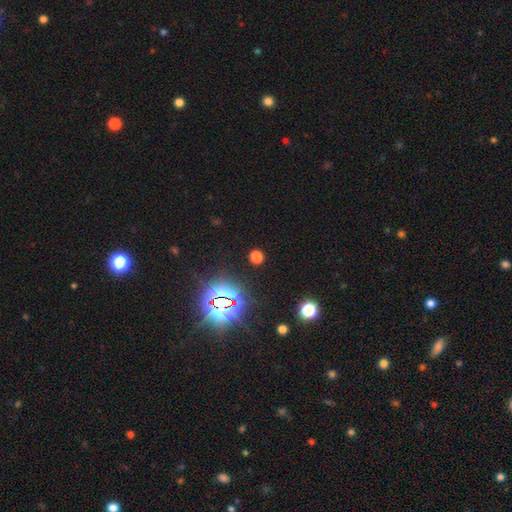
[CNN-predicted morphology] Smooth or featured?
  - smooth: 55% *
  - star or artifact: 39%
  - featured or disk: 5%
How rounded?
  - round: 76% *
  - in between: 22%
  - cigar-shaped: 2%
Merging?
  - none: 88% *
  - minor disturbance: 7%
  - major disturbance: 3%
  - merger: 2%